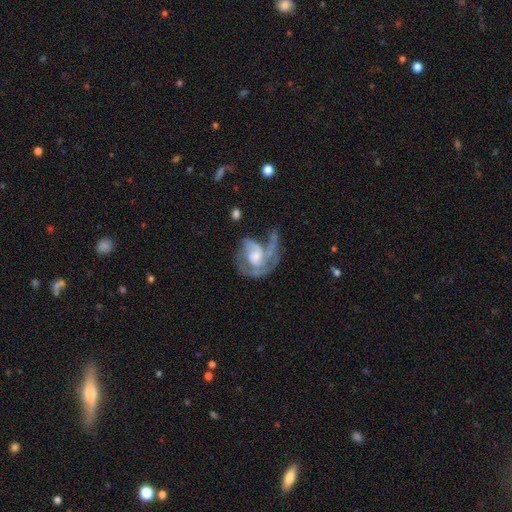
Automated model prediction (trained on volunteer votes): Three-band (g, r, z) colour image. It shows a featured or disk galaxy (81%) with no bar (63%), 2 (42%) medium (43%) spiral arms (89%) and a moderate central bulge (46%). Merging: major disturbance (40%).